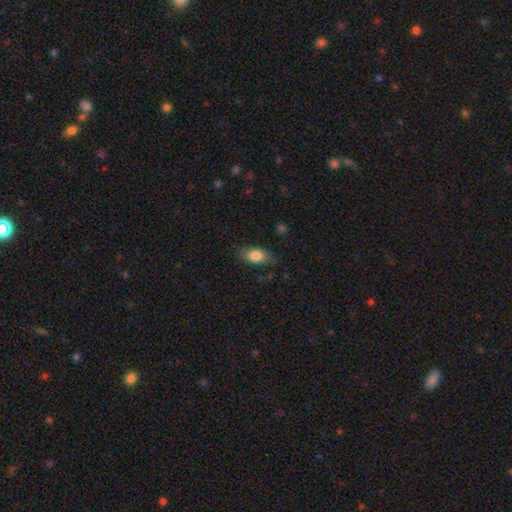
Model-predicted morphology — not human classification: Smooth or featured? smooth (81%)
How rounded? in between (87%)
Merging? none (78%)